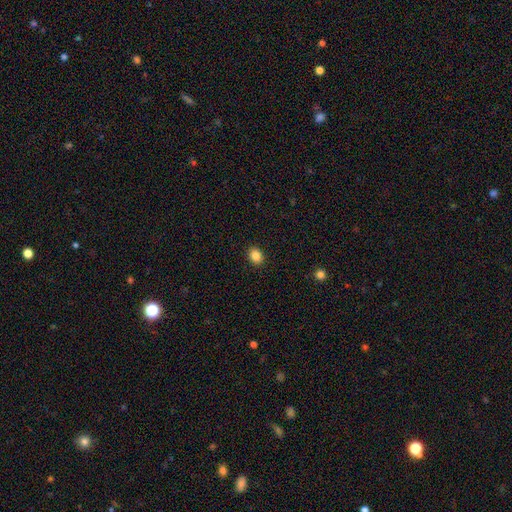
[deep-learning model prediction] smooth-or-featured: smooth: 86% | star or artifact: 10% | featured or disk: 4%
  how-rounded: in between: 54% | round: 45% | cigar-shaped: 1%
  merging: none: 91% | minor disturbance: 6% | major disturbance: 2% | merger: 1%